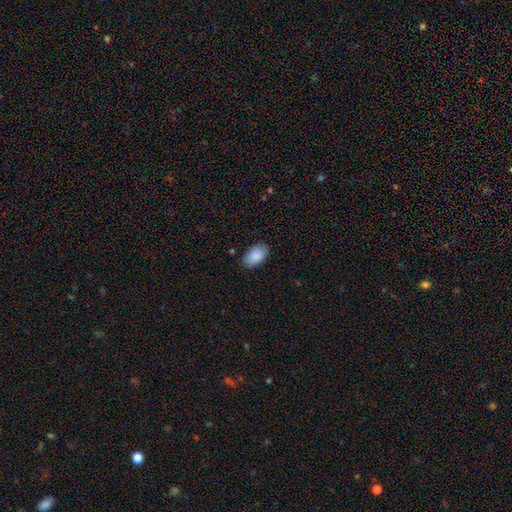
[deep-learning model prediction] A smooth galaxy with no disk features (89%) that is in between round and cigar-shaped (94%). Merging: none (84%).